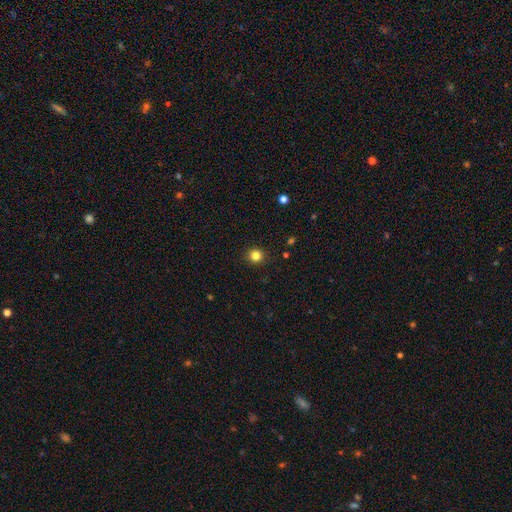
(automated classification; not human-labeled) Smooth or featured? smooth (83%)
How rounded? round (92%)
Merging? none (91%)